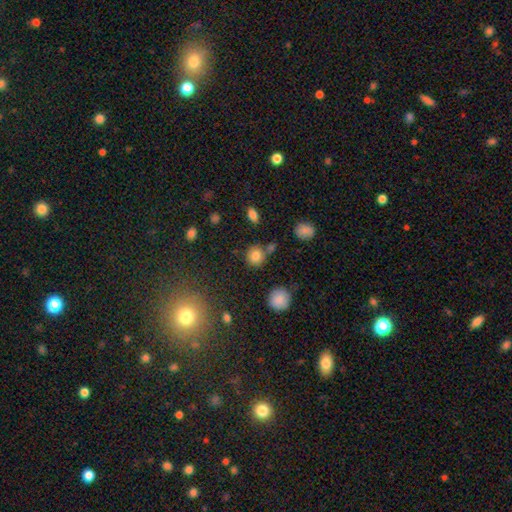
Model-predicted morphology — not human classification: type=smooth (80%); roundness=round (85%); merging=none (76%).